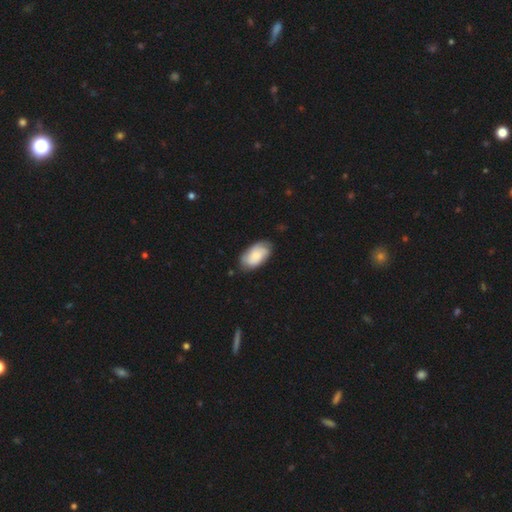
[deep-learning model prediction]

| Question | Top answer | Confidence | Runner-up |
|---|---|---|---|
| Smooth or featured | smooth | 65% | featured or disk (29%) |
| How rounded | in between | 94% | round (4%) |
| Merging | none | 74% | minor disturbance (21%) |